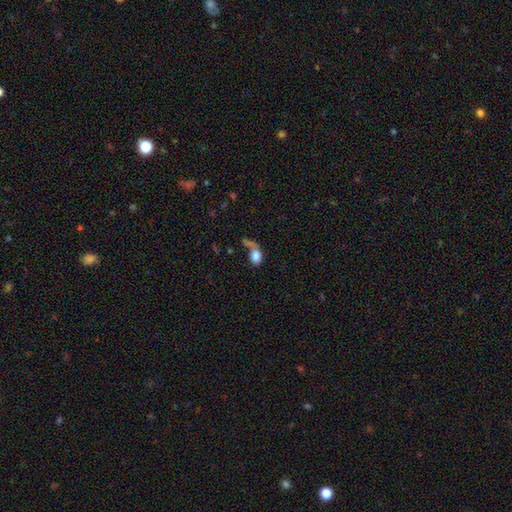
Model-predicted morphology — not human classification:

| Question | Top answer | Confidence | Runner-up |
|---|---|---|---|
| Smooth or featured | smooth | 76% | featured or disk (14%) |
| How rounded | in between | 78% | round (19%) |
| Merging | merger | 29% | major disturbance (28%) |